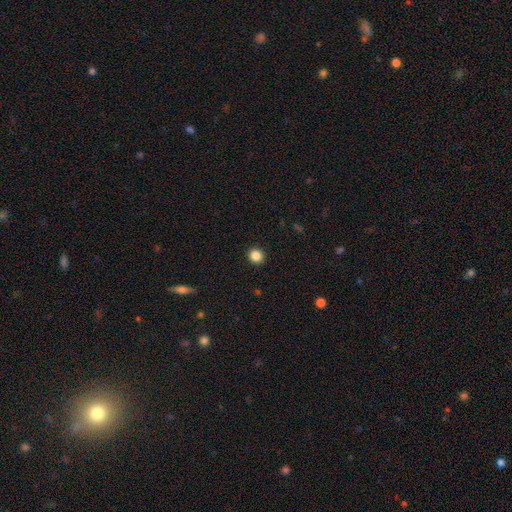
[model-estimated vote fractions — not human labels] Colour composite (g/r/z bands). It shows a smooth galaxy with no disk features (86%) that is round (90%). Merging: none (92%).